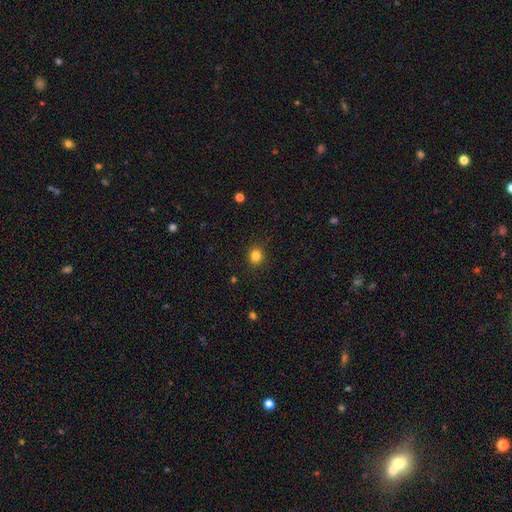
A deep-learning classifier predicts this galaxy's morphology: Smooth or featured? Predicted: smooth (p=0.83). How rounded? Predicted: round (p=0.84). Merging? Predicted: none (p=0.90).